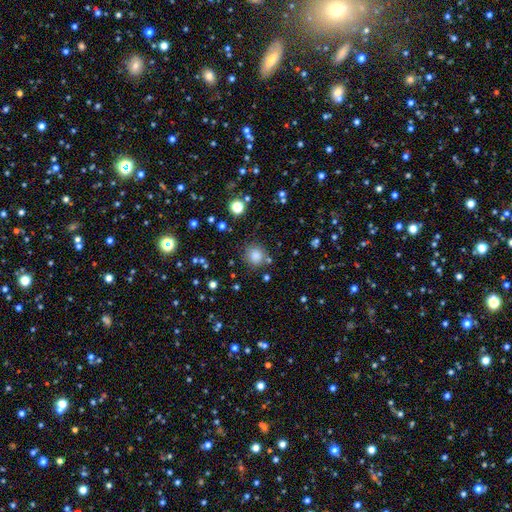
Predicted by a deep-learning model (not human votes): Morphology: type=smooth (82%); roundness=round (91%); merging=none (82%).